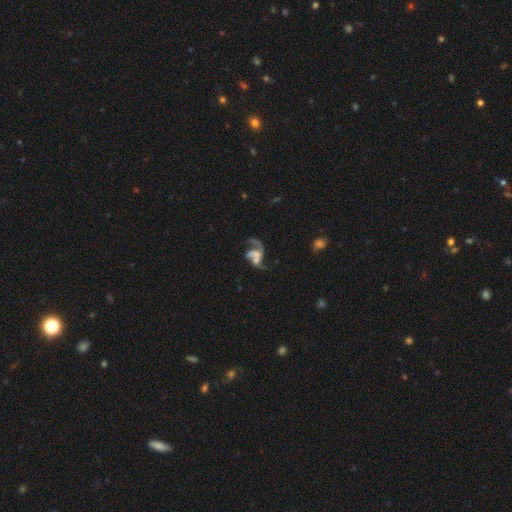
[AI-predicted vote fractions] A featured or disk galaxy (71%) with no bar (64%), 2 (58%) loose (68%) spiral arms (79%) and no central bulge (41%). Merging: major disturbance (35%).